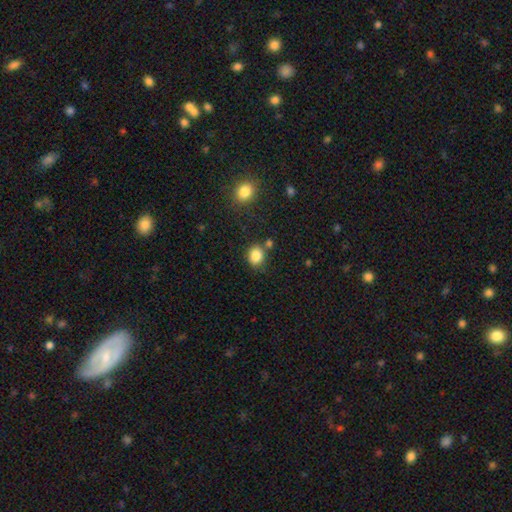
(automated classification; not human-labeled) smooth_or_featured: smooth (p=0.85) [alt: star or artifact p=0.10]
how_rounded: round (p=0.61) [alt: in between p=0.38]
merging: none (p=0.72) [alt: minor disturbance p=0.14]